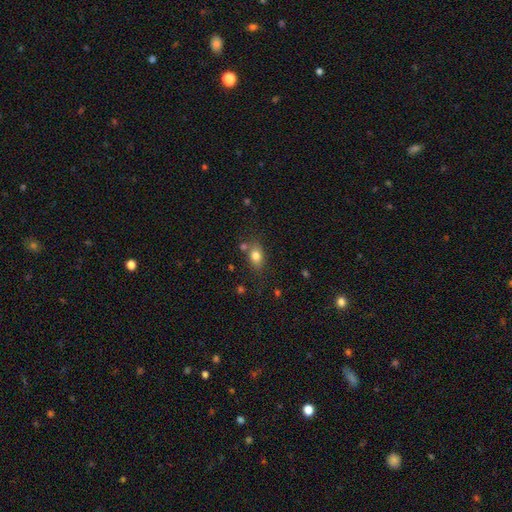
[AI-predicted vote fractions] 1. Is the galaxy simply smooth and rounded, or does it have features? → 80% smooth, 10% featured or disk, 10% star or artifact.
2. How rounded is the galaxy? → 76% in between, 21% round, 3% cigar-shaped.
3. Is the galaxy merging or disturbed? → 69% none, 16% minor disturbance, 10% merger, 5% major disturbance.